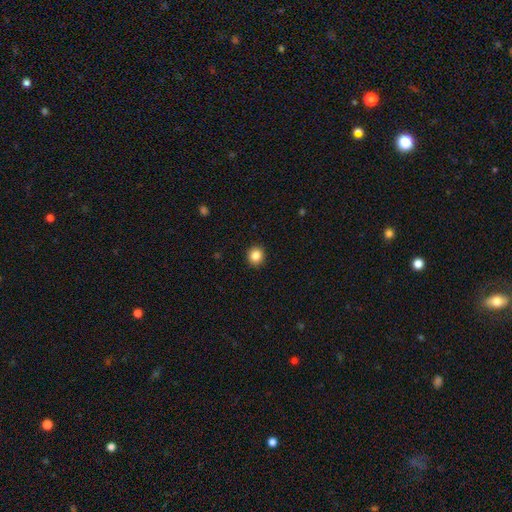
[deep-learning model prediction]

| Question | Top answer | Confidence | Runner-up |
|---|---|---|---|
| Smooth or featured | smooth | 85% | star or artifact (10%) |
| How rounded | round | 88% | in between (11%) |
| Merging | none | 93% | minor disturbance (5%) |